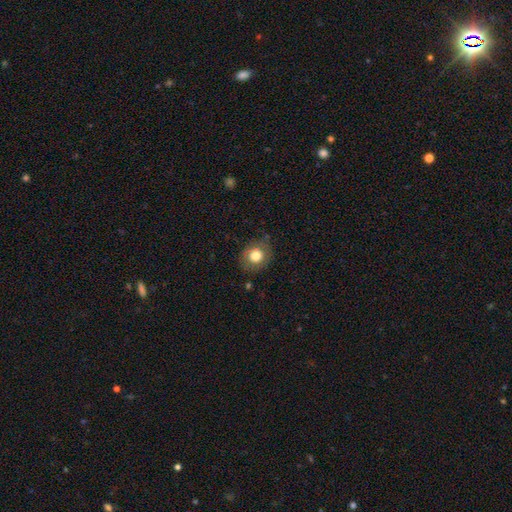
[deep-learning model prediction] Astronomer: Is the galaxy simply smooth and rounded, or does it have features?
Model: smooth — 77%.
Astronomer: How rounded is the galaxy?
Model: round — 72%.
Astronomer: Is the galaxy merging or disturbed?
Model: none — 78%.